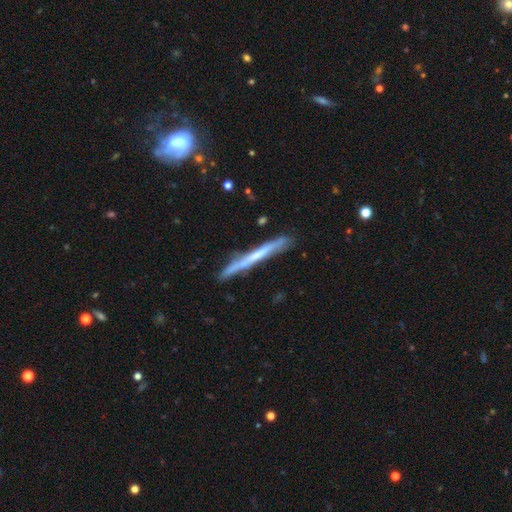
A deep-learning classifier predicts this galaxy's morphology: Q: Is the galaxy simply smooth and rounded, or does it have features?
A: featured or disk — 55%.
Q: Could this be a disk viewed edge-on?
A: yes — 94%.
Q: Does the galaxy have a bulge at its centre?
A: none — 79%.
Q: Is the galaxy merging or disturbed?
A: none — 83%.